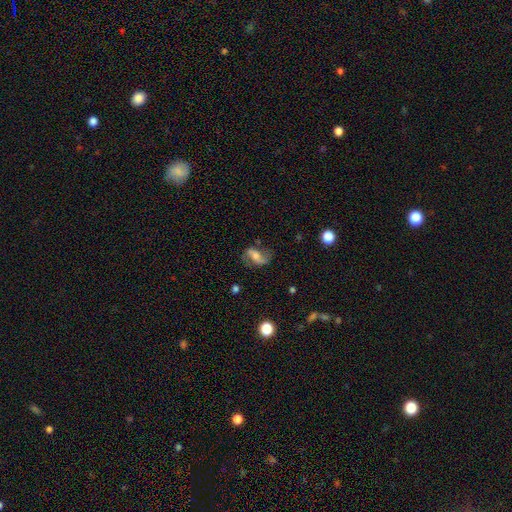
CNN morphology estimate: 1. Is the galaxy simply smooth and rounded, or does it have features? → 63% featured or disk, 28% smooth, 9% star or artifact.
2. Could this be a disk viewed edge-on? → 93% no, 7% yes.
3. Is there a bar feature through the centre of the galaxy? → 36% weak, 35% no, 29% strong.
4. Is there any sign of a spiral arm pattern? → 85% yes, 15% no.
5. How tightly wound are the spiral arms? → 62% loose, 28% medium, 10% tight.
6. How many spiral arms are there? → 86% 2, 6% can't tell, 5% 1, 1% 3, 1% 4, 1% more than 4.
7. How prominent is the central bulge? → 49% moderate, 35% small, 8% large, 6% none, 2% dominant.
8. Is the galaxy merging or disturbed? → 63% none, 21% minor disturbance, 13% major disturbance, 2% merger.